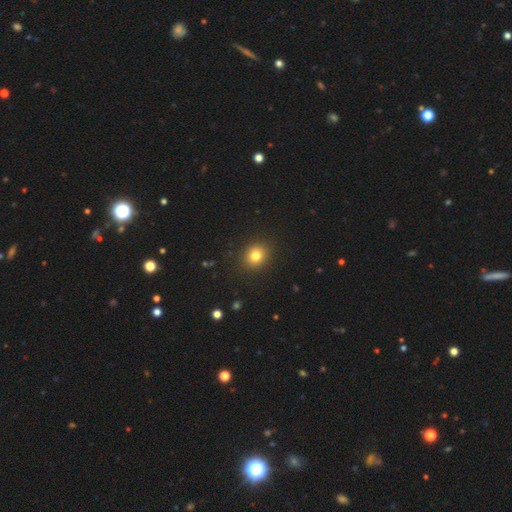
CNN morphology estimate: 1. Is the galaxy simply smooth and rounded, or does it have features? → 80% smooth, 12% star or artifact, 8% featured or disk.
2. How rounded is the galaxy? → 74% round, 25% in between, 1% cigar-shaped.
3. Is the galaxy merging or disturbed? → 90% none, 7% minor disturbance, 2% major disturbance, 1% merger.